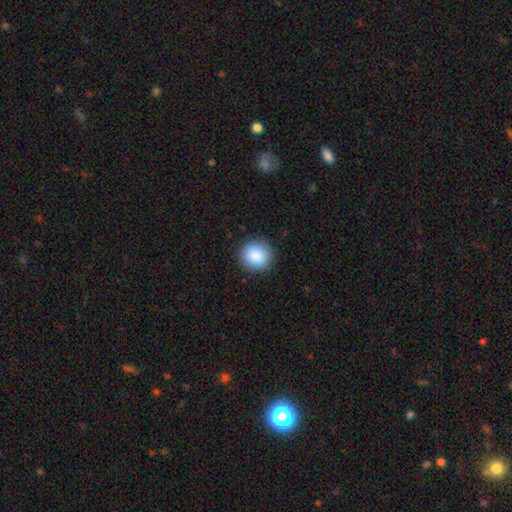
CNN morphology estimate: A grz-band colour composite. It shows a smooth galaxy with no disk features (88%) that is round (90%). Merging: none (90%).